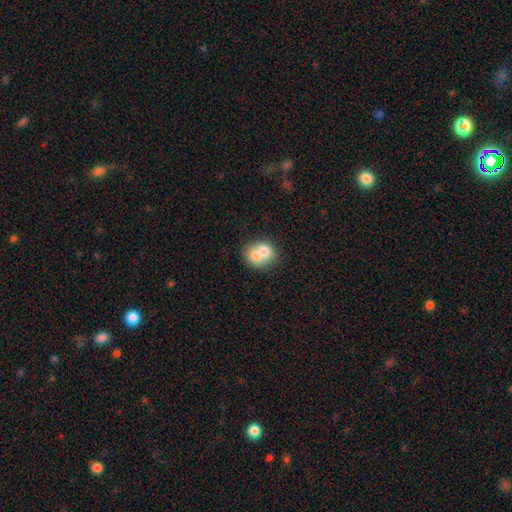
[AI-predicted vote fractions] A smooth galaxy with no disk features (69%) that is round (67%).

Vote fractions:
- Smooth or featured? smooth: 69% / featured or disk: 23% / star or artifact: 8%
- How rounded? round: 67% / in between: 32% / cigar-shaped: 1%
- Merging? merger: 67% / none: 24% / minor disturbance: 6% / major disturbance: 3%